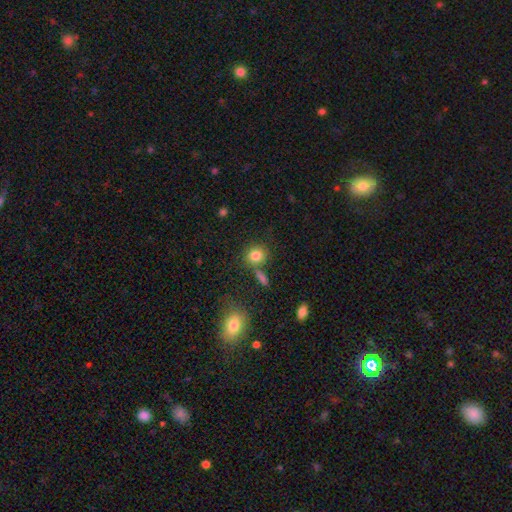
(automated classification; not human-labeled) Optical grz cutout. It shows a smooth galaxy with no disk features (82%) that is round (79%). Merging: none (71%).